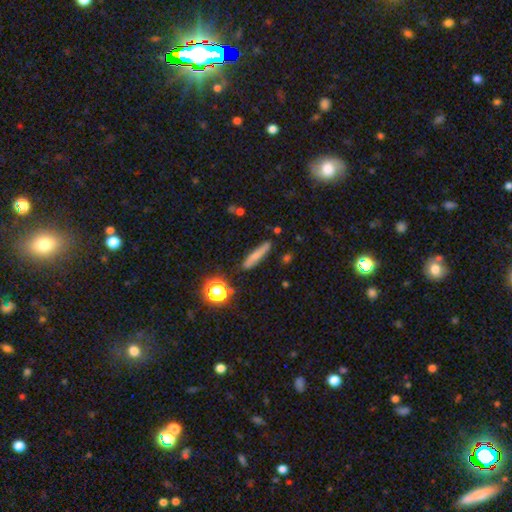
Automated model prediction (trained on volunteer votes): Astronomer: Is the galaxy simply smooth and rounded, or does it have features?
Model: smooth — 62%.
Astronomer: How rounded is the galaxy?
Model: cigar-shaped — 80%.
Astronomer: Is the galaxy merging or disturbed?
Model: none — 81%.